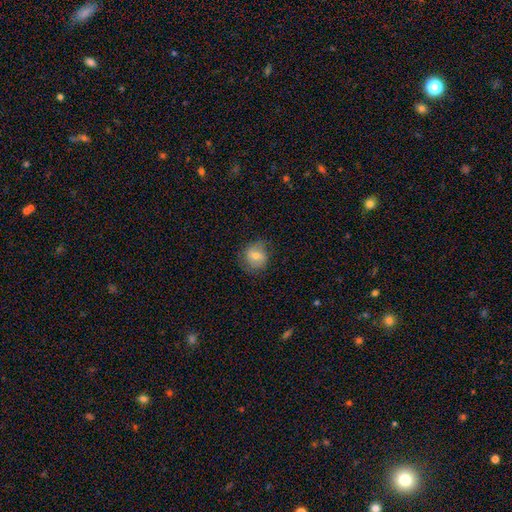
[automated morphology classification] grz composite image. It shows a smooth galaxy with no disk features (66%) that is round (77%). Merging: none (75%).